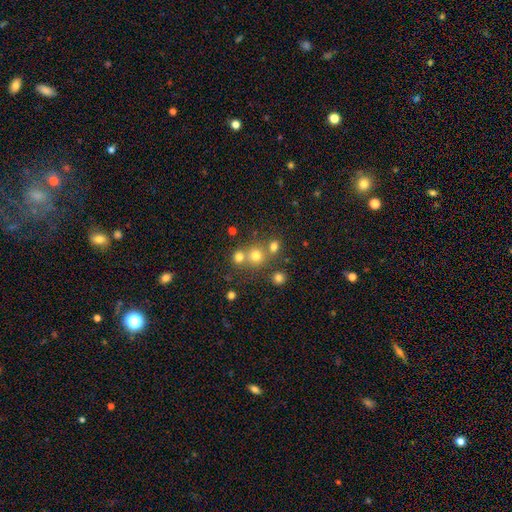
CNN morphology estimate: type=smooth (70%); roundness=round (87%); merging=none (58%).